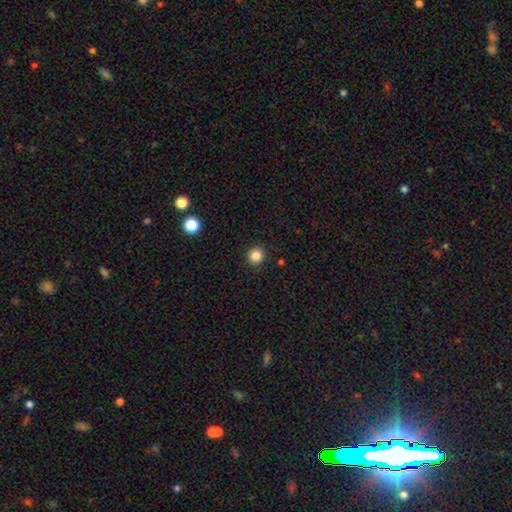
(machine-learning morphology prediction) smooth 85%, star or artifact 11%, featured or disk 3%. Down the decision tree: how rounded — round (94%); merging — none (92%).